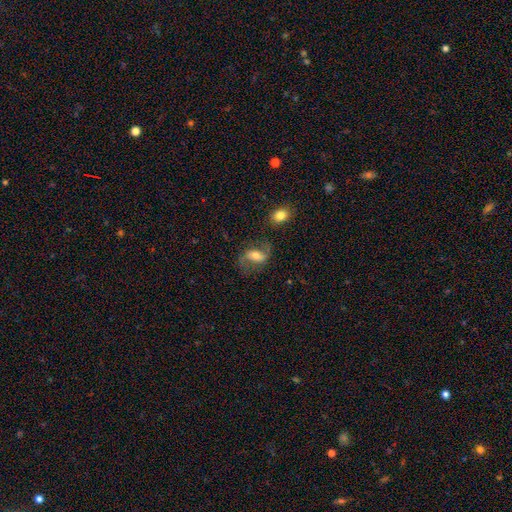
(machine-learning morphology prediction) Smooth or featured?
  - featured or disk: 73% *
  - smooth: 19%
  - star or artifact: 8%
Edge-on disk?
  - no: 96% *
  - yes: 4%
Bar?
  - weak: 38% *
  - strong: 33%
  - no: 29%
Spiral arms?
  - yes: 91% *
  - no: 9%
Spiral winding?
  - loose: 65% *
  - medium: 29%
  - tight: 7%
Spiral arm count?
  - 2: 91% *
  - can't tell: 3%
  - 1: 3%
  - 3: 1%
  - 4: 1%
  - more than 4: 1%
Bulge size?
  - moderate: 58% *
  - small: 30%
  - large: 8%
  - none: 2%
  - dominant: 2%
Merging?
  - none: 67% *
  - minor disturbance: 17%
  - major disturbance: 12%
  - merger: 4%